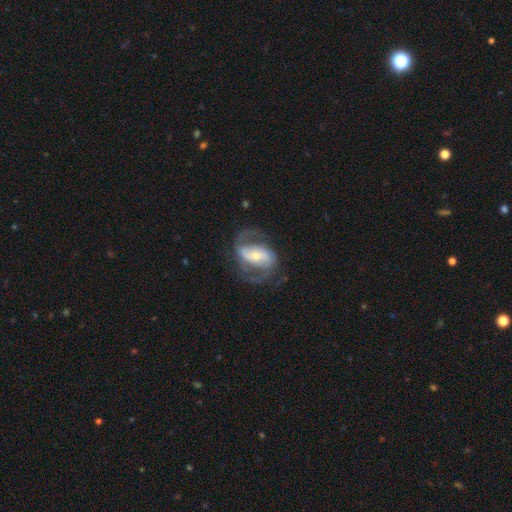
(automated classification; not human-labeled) Smooth or featured: featured or disk — 86% (smooth — 9%)
Edge-on disk: no — 96% (yes — 4%)
Bar: strong — 47% (weak — 33%)
Spiral arms: yes — 93% (no — 7%)
Spiral winding: medium — 52% (loose — 32%)
Spiral arm count: 2 — 90% (can't tell — 4%)
Bulge size: small — 47% (moderate — 46%)
Merging: none — 70% (minor disturbance — 15%)